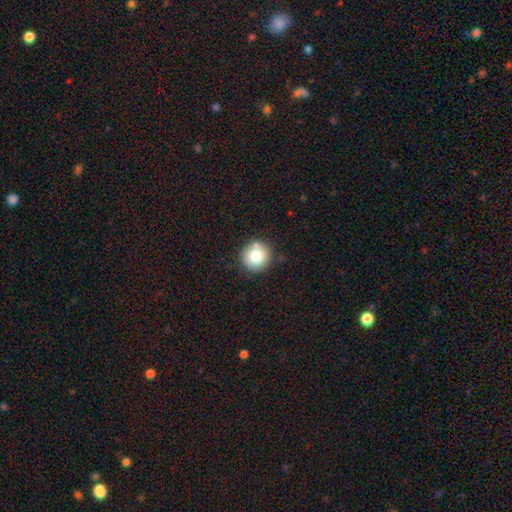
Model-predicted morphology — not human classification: Q: Smooth or featured?
A: smooth (78%); runner-up: featured or disk (12%)
Q: How rounded?
A: round (92%); runner-up: in between (7%)
Q: Merging?
A: none (79%); runner-up: minor disturbance (11%)